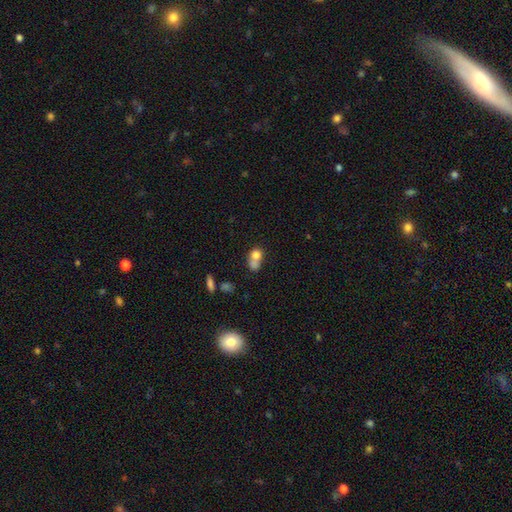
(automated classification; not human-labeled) smooth-or-featured: smooth: 73% | featured or disk: 16% | star or artifact: 11%
  how-rounded: round: 57% | in between: 41% | cigar-shaped: 2%
  merging: merger: 56% | none: 24% | minor disturbance: 11% | major disturbance: 9%